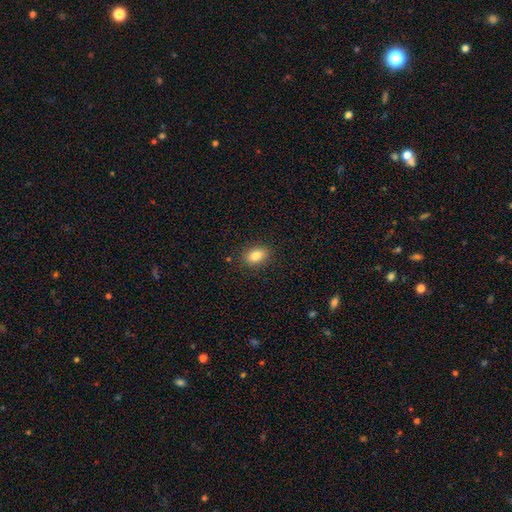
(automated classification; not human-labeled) smooth_or_featured: smooth (p=0.84) [alt: star or artifact p=0.09]
how_rounded: in between (p=0.77) [alt: round p=0.22]
merging: none (p=0.87) [alt: minor disturbance p=0.10]